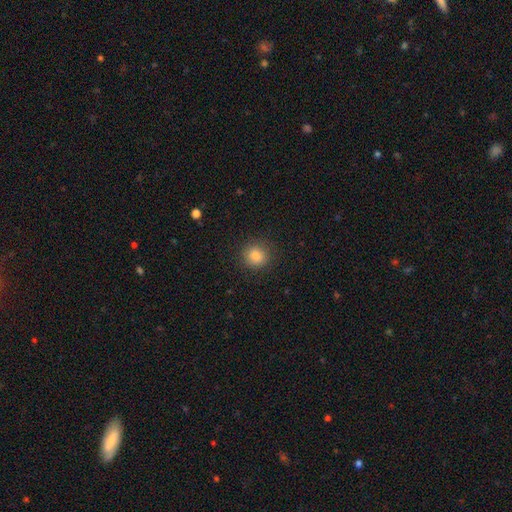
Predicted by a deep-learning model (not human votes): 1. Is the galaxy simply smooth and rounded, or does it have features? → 83% smooth, 11% star or artifact, 6% featured or disk.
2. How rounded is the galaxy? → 90% round, 9% in between, 1% cigar-shaped.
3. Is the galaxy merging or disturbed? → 89% none, 7% minor disturbance, 2% major disturbance, 1% merger.